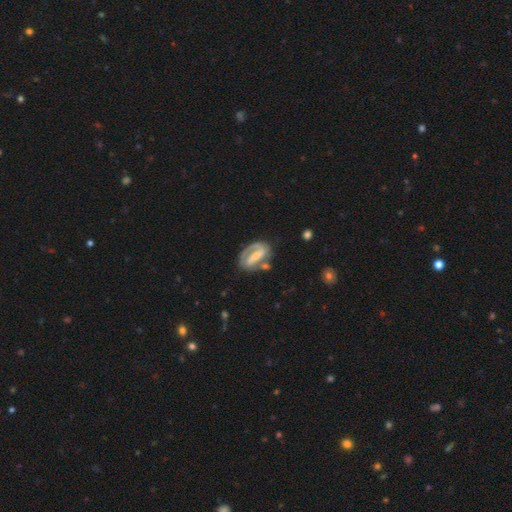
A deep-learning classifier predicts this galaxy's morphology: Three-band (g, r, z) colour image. It shows a featured or disk galaxy (79%) with a strong bar (55%), 2 (62%) tight (47%) spiral arms (89%) and a small central bulge (47%). Merging: none (60%).